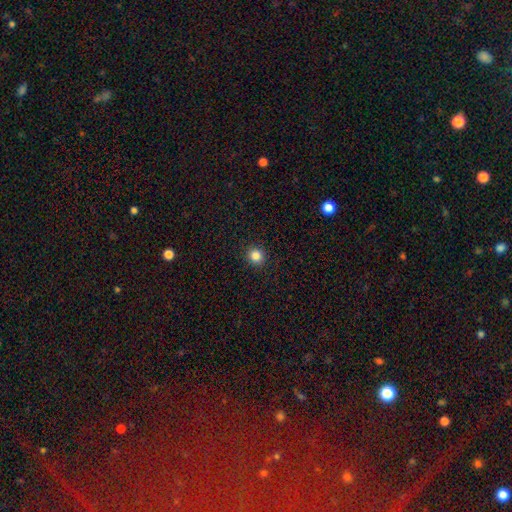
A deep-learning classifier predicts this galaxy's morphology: The model was most divided on "smooth or featured": smooth: 85%, star or artifact: 11%, featured or disk: 4%. More confident: merging — none (92%); how rounded — round (92%).